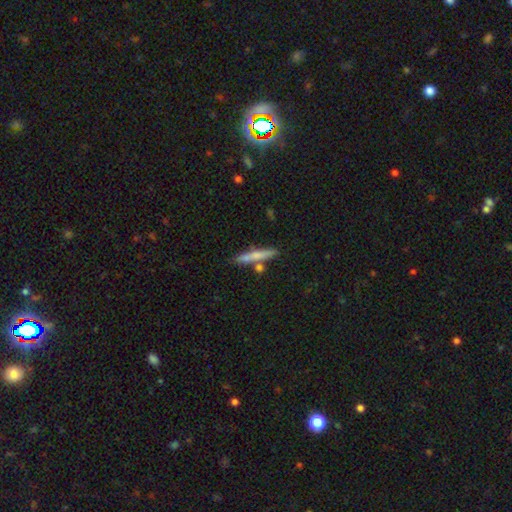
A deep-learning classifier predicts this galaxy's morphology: type=smooth (61%); roundness=cigar-shaped (91%); merging=none (74%).